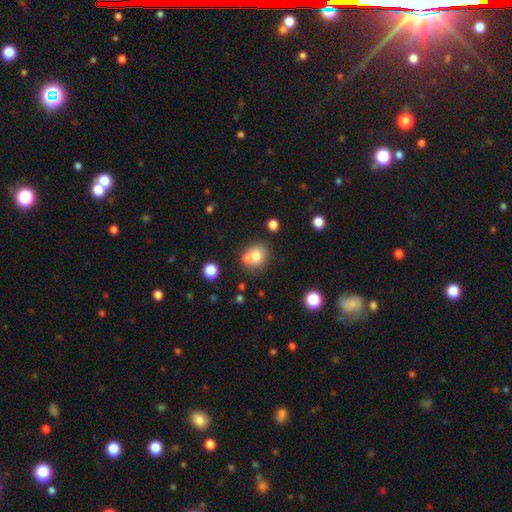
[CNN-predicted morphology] The model was most divided on "merging": none: 54%, merger: 33%, minor disturbance: 10%, major disturbance: 4%. More confident: how rounded — round (77%); smooth or featured — smooth (74%).